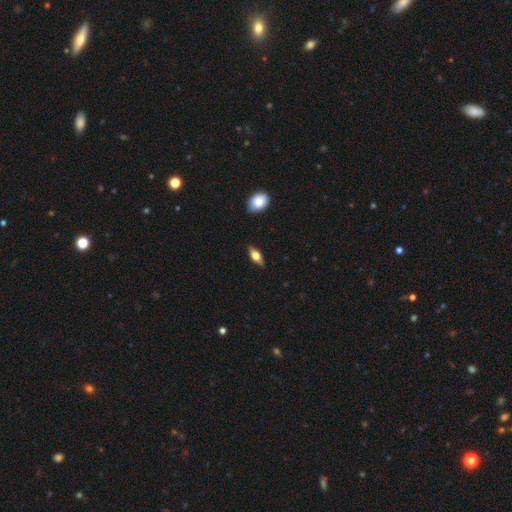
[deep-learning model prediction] This is possibly a smooth galaxy (56%). How rounded: likely in between (78%). Merging: clearly none (84%).